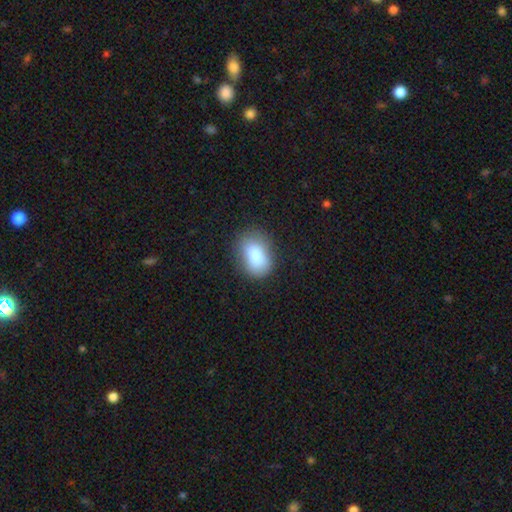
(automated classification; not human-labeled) A smooth galaxy with no disk features (83%) that is in between round and cigar-shaped (78%). Merging: none (76%).